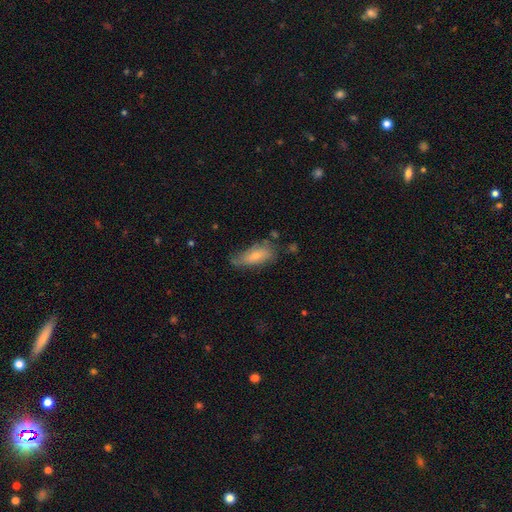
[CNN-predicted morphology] This is likely a smooth galaxy (69%). How rounded: likely in between (71%). Merging: possibly none (52%).